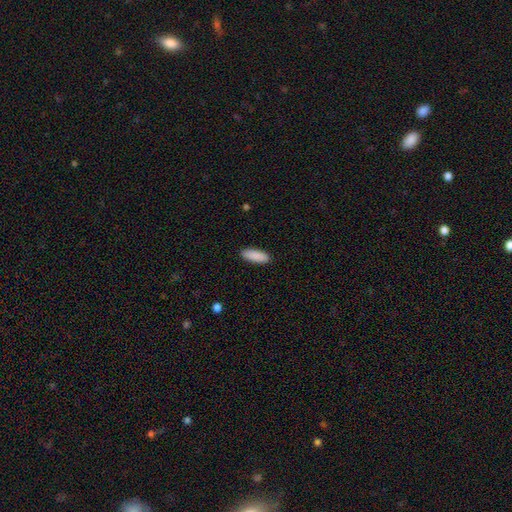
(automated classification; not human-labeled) Smooth or featured? Predicted: smooth (p=0.90). How rounded? Predicted: in between (p=0.67). Merging? Predicted: none (p=0.90).